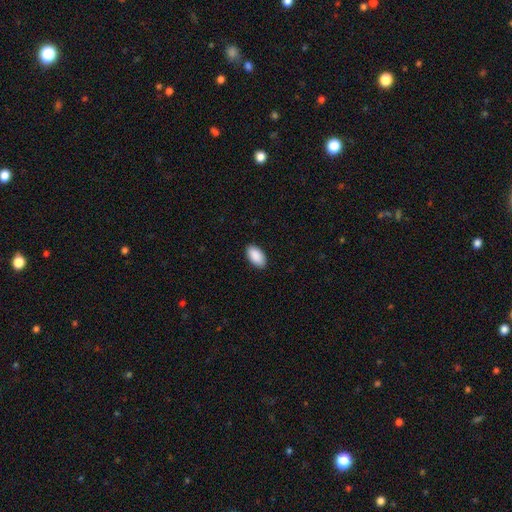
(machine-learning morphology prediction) This is clearly a smooth galaxy (91%). How rounded: clearly in between (96%). Merging: clearly none (90%).